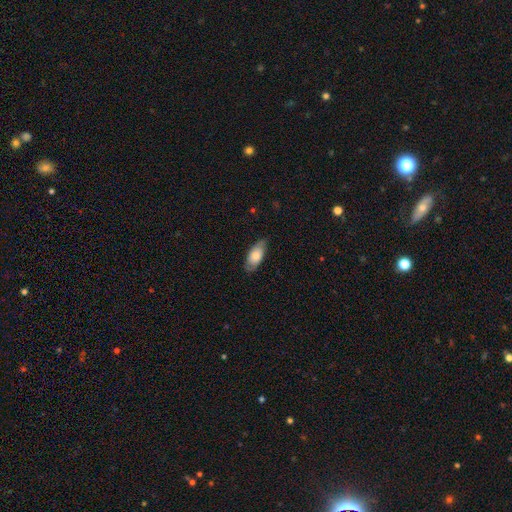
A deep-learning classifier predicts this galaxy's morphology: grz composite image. It shows a smooth galaxy with no disk features (70%) that is in between round and cigar-shaped (88%). Merging: none (79%).